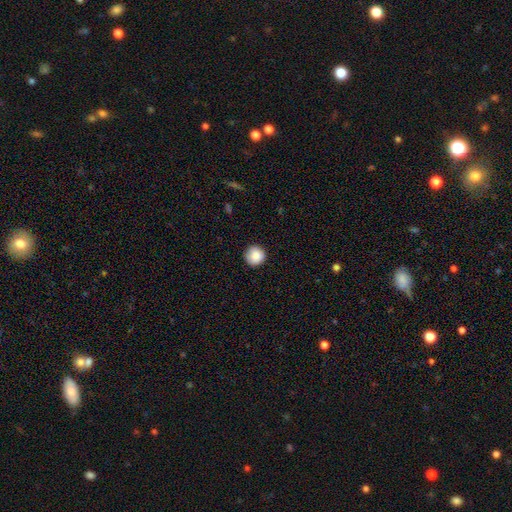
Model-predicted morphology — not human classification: smooth 87%, star or artifact 8%, featured or disk 4%. Down the decision tree: how rounded — round (95%); merging — none (88%).